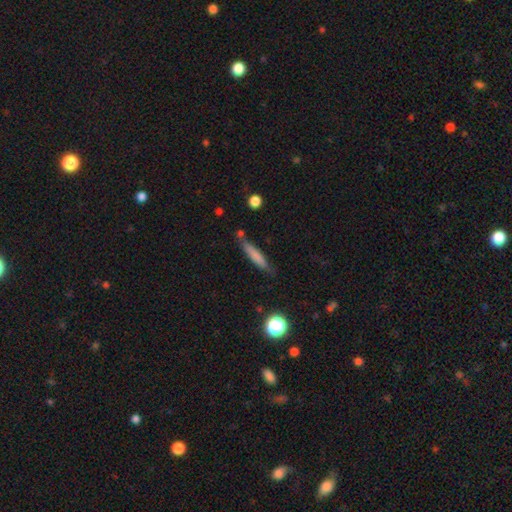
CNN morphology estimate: The model was most divided on "smooth or featured": smooth: 72%, featured or disk: 20%, star or artifact: 8%. More confident: how rounded — cigar-shaped (89%); merging — none (74%).